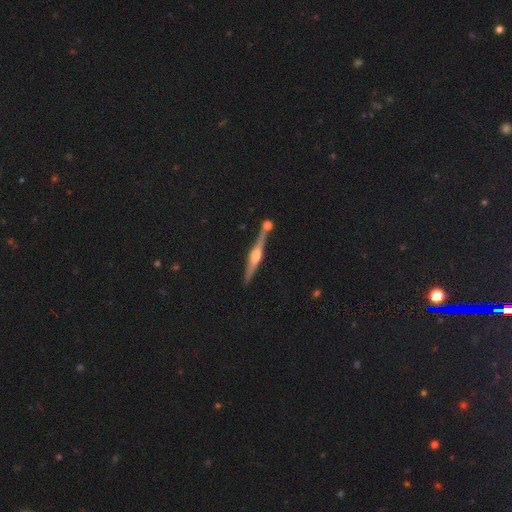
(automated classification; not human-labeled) smooth-or-featured: featured or disk: 78% | smooth: 16% | star or artifact: 6%
  disk-edge-on: yes: 97% | no: 3%
    edge-on-bulge: rounded: 90% | boxy: 6% | none: 3%
  merging: none: 79% | merger: 10% | minor disturbance: 9% | major disturbance: 2%